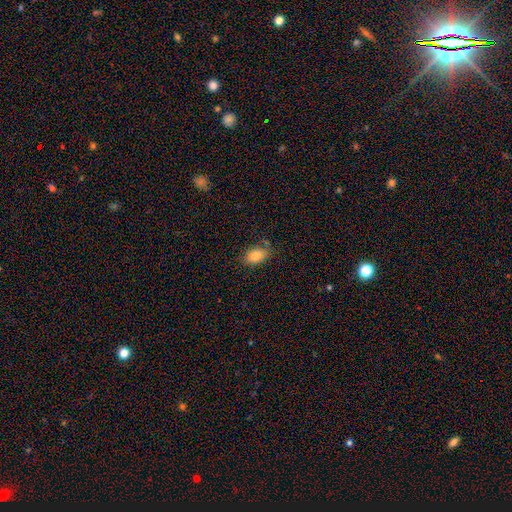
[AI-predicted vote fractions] smooth 83%, featured or disk 9%, star or artifact 8%. Down the decision tree: how rounded — in between (89%); merging — none (74%).